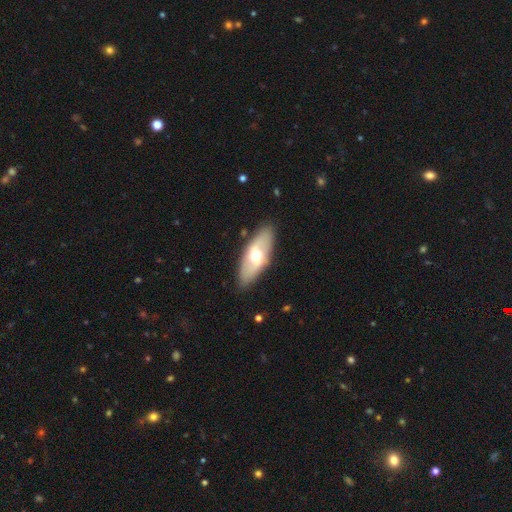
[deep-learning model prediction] The model was most divided on "smooth or featured": featured or disk: 51%, smooth: 44%, star or artifact: 5%. More confident: merging — none (86%); edge-on disk — no (77%).